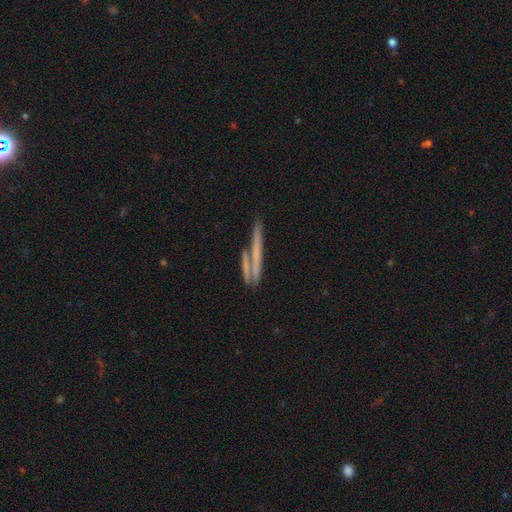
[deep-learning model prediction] featured or disk 44% (tied), smooth 44% (tied), star or artifact 12%. Down the decision tree: merging — none (55%).